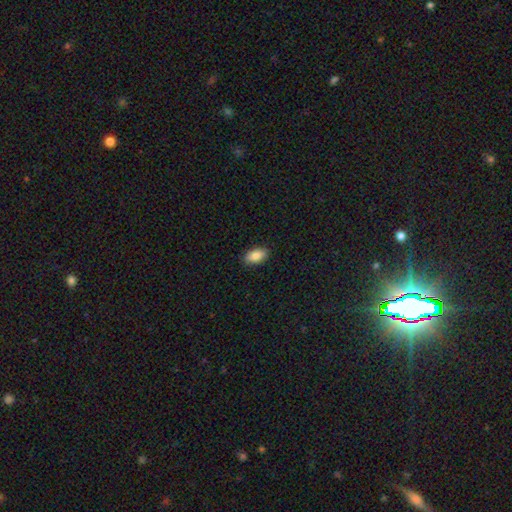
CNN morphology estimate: smooth-or-featured: smooth: 85% | featured or disk: 8% | star or artifact: 7%
  how-rounded: in between: 92% | round: 4% | cigar-shaped: 4%
  merging: none: 89% | minor disturbance: 8% | major disturbance: 2% | merger: 1%